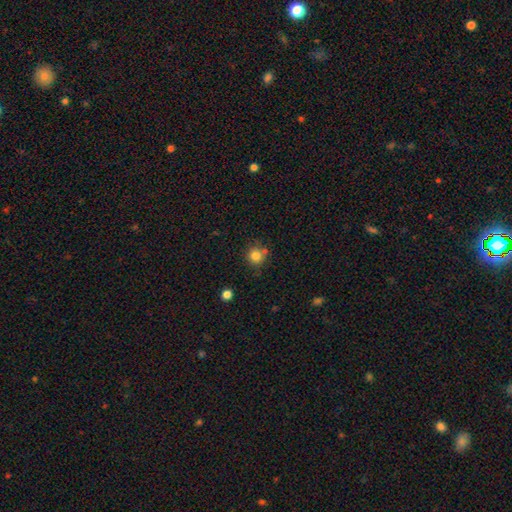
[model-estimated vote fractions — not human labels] Smooth or featured? smooth (82%)
How rounded? round (91%)
Merging? none (71%)